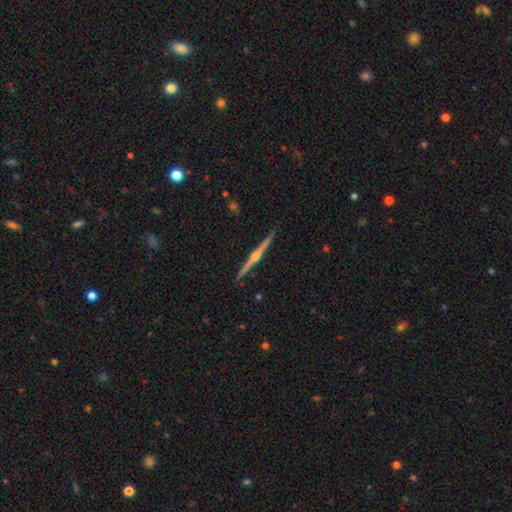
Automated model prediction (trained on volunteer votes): This appears to be a featured or disk galaxy (86%) viewed edge-on (99%) with a rounded central bulge (90%). Merging: none (92%).